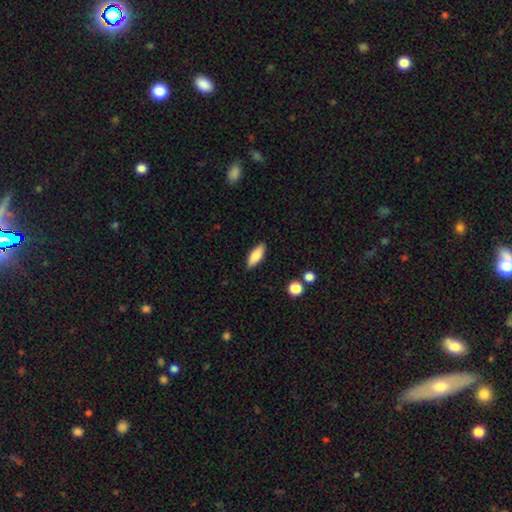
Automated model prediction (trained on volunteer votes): This appears to be a smooth galaxy with no disk features (82%) that is in between round and cigar-shaped (71%). Merging: none (87%).